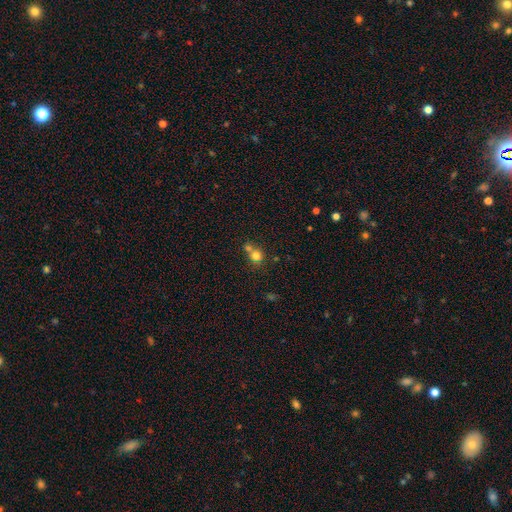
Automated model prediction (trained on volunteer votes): Smooth or featured? smooth (76%)
How rounded? round (81%)
Merging? merger (49%)